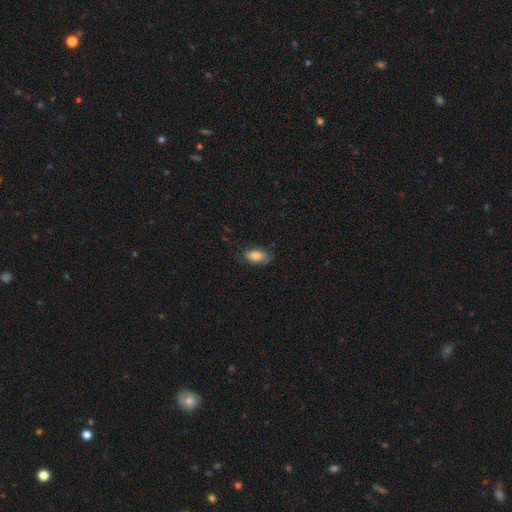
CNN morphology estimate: Smooth or featured?
  - smooth: 75% *
  - featured or disk: 18%
  - star or artifact: 7%
How rounded?
  - in between: 88% *
  - cigar-shaped: 9%
  - round: 4%
Merging?
  - none: 71% *
  - minor disturbance: 21%
  - major disturbance: 7%
  - merger: 1%